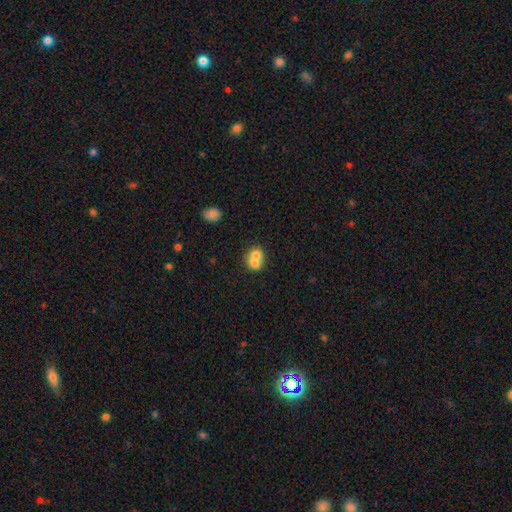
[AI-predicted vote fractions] Morphology: type=smooth (70%); roundness=round (65%); merging=merger (68%).